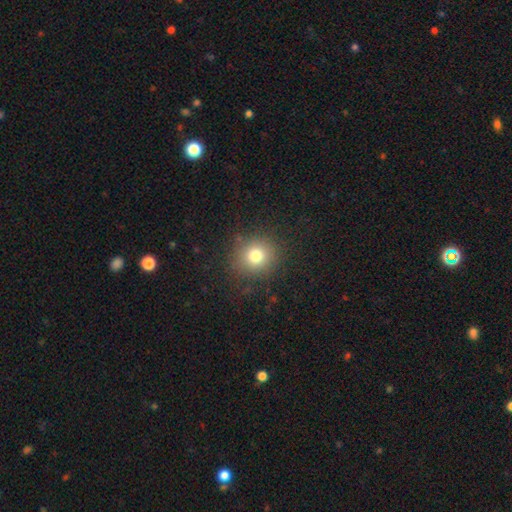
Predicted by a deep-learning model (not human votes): Overall: smooth (77%). How rounded: round (87%). Merging: none (86%).